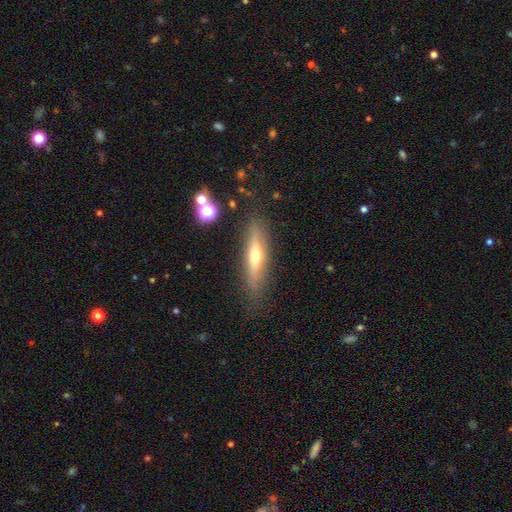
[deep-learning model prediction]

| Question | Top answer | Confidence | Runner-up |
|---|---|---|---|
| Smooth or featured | featured or disk | 50% | smooth (42%) |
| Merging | none | 82% | minor disturbance (12%) |